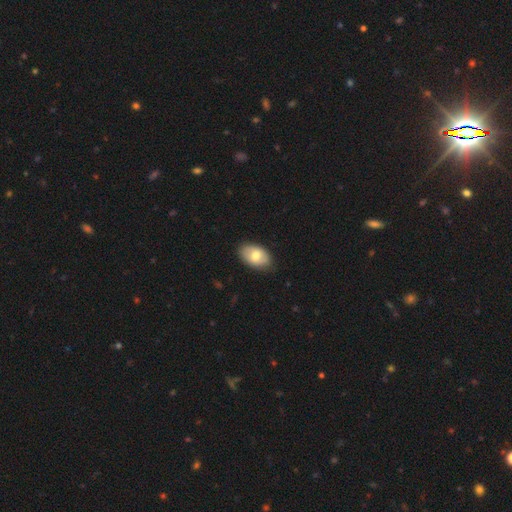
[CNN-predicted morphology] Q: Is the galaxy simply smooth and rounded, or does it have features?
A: smooth — 74%.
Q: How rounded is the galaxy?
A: in between — 91%.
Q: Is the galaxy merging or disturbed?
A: none — 84%.